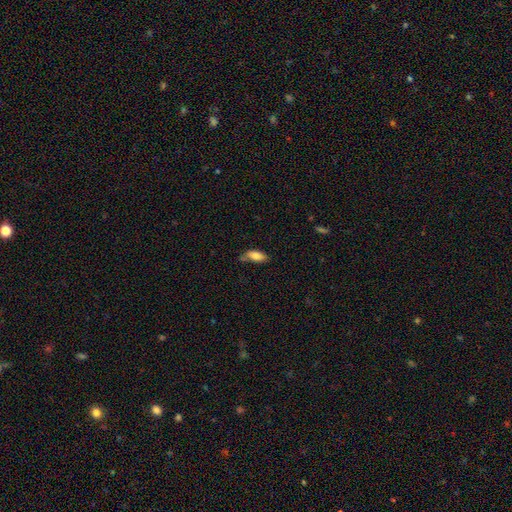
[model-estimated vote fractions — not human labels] Smooth or featured: smooth — 81% (featured or disk — 12%)
How rounded: in between — 83% (cigar-shaped — 14%)
Merging: none — 58% (minor disturbance — 29%)